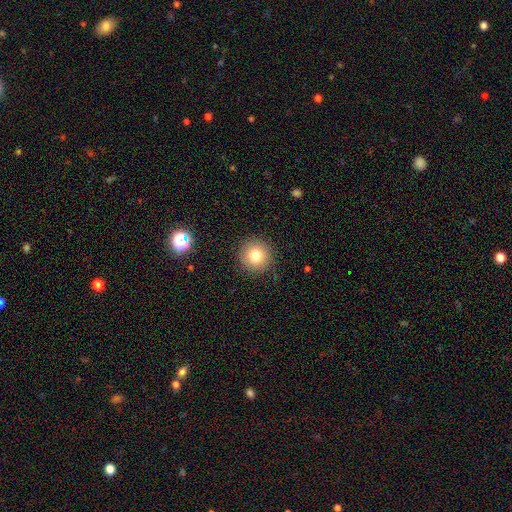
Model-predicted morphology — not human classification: This appears to be a smooth galaxy with no disk features (79%) that is round (95%). Merging: none (90%).